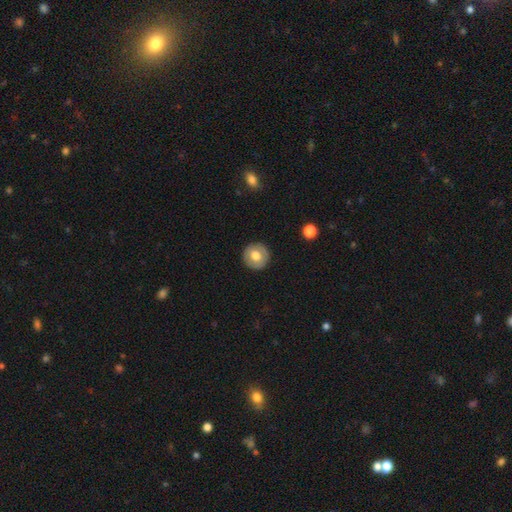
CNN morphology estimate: Overall: smooth (69%). How rounded: round (94%). Merging: none (90%).